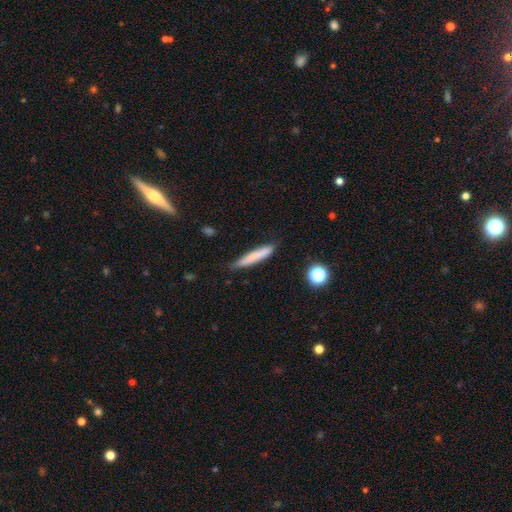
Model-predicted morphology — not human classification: smooth-or-featured: smooth: 75% | featured or disk: 18% | star or artifact: 7%
  how-rounded: cigar-shaped: 93% | in between: 6% | round: 1%
  merging: none: 79% | minor disturbance: 16% | major disturbance: 3% | merger: 2%